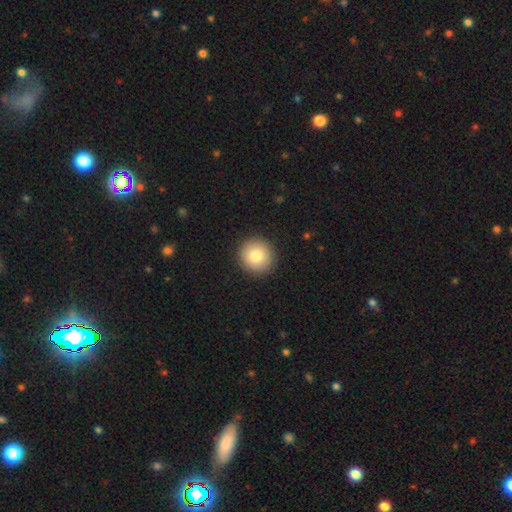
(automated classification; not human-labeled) smooth_or_featured: smooth (p=0.83) [alt: featured or disk p=0.09]
how_rounded: round (p=0.94) [alt: in between p=0.06]
merging: none (p=0.92) [alt: minor disturbance p=0.05]